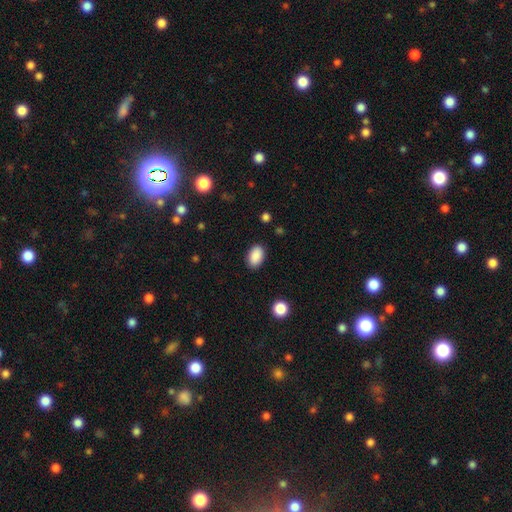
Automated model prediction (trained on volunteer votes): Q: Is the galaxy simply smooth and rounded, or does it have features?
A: smooth — 90%.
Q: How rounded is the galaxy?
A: in between — 91%.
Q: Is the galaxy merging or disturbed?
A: none — 88%.